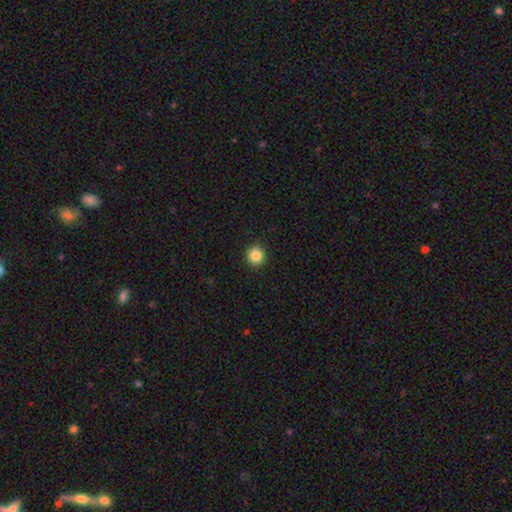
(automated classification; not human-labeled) Q: Smooth or featured?
A: smooth (85%); runner-up: star or artifact (10%)
Q: How rounded?
A: round (93%); runner-up: in between (6%)
Q: Merging?
A: none (93%); runner-up: minor disturbance (5%)